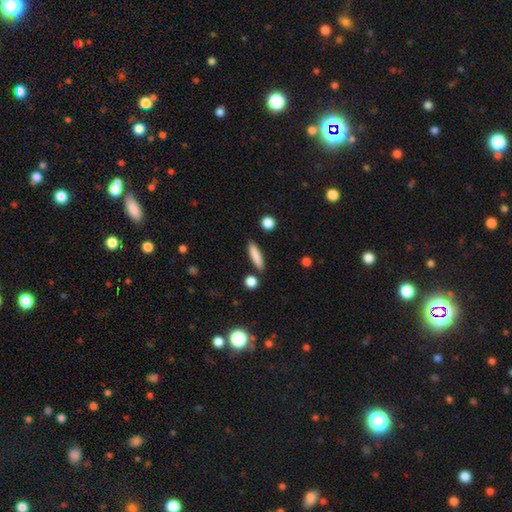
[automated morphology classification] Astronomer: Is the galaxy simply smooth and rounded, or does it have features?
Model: smooth — 83%.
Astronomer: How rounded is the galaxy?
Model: cigar-shaped — 77%.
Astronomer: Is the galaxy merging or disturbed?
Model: none — 86%.